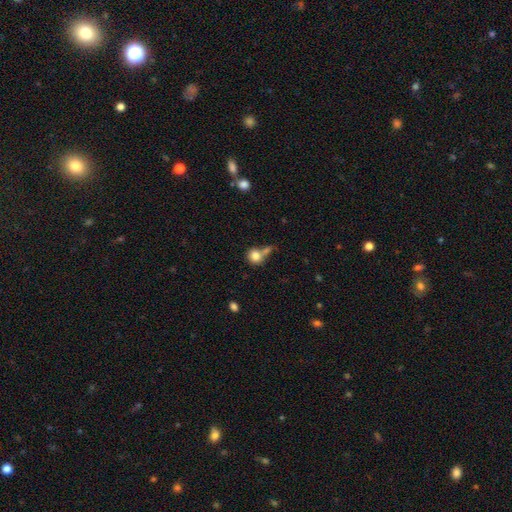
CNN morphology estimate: Smooth or featured? smooth (81%)
How rounded? round (81%)
Merging? none (44%)